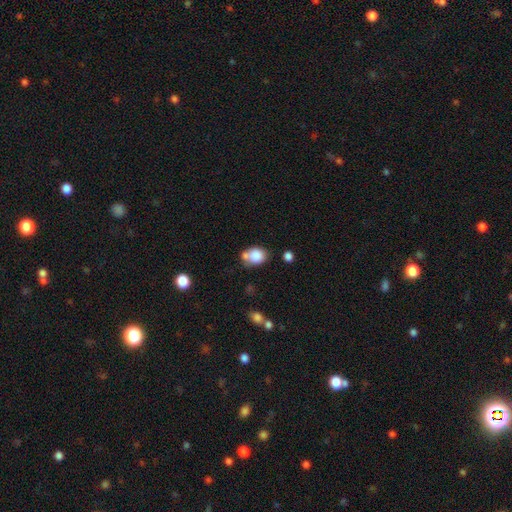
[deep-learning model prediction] A smooth galaxy with no disk features (82%) that is in between round and cigar-shaped (55%). Merging: none (46%).